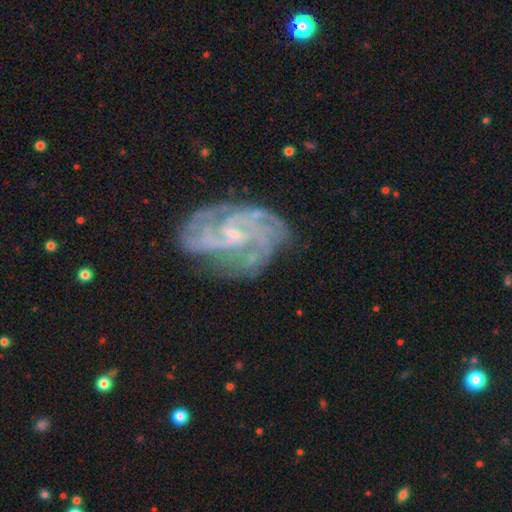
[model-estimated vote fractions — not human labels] Smooth or featured?
  - featured or disk: 85% *
  - star or artifact: 8%
  - smooth: 7%
Edge-on disk?
  - no: 97% *
  - yes: 3%
Bar?
  - weak: 45% *
  - no: 44%
  - strong: 11%
Spiral arms?
  - yes: 94% *
  - no: 6%
Spiral winding?
  - tight: 49% *
  - medium: 39%
  - loose: 12%
Spiral arm count?
  - can't tell: 28% *
  - 3: 21%
  - 2: 19%
  - 4: 17%
  - more than 4: 8%
  - 1: 7%
Bulge size?
  - small: 72% *
  - moderate: 19%
  - none: 7%
  - large: 1%
  - dominant: 1%
Merging?
  - none: 68% *
  - minor disturbance: 19%
  - major disturbance: 10%
  - merger: 2%